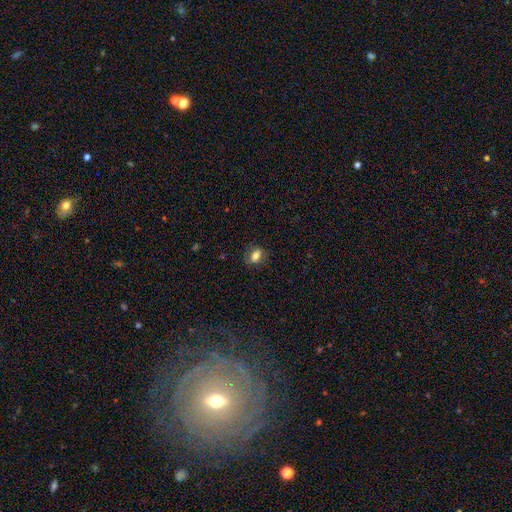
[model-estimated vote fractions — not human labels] Overall: smooth (76%). How rounded: in between (74%). Merging: none (81%).